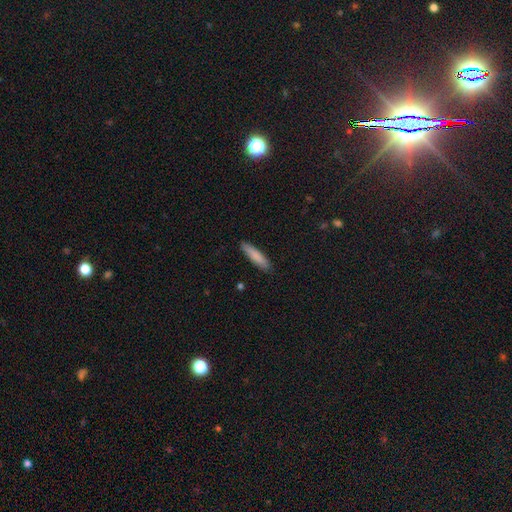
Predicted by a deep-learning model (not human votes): Morphology: type=smooth (84%); roundness=cigar-shaped (83%); merging=none (89%).